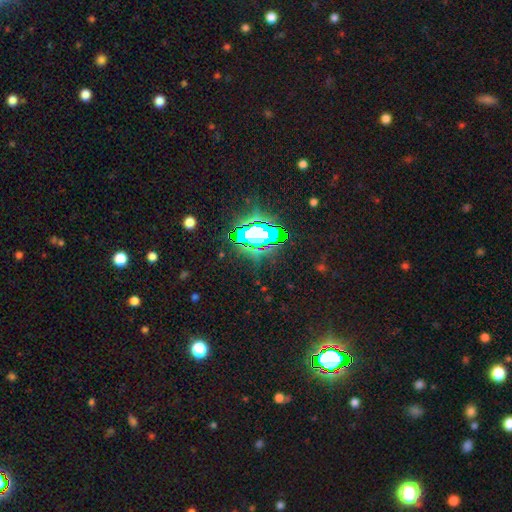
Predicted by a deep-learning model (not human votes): This is clearly a star or artifact rather than a galaxy (80%).